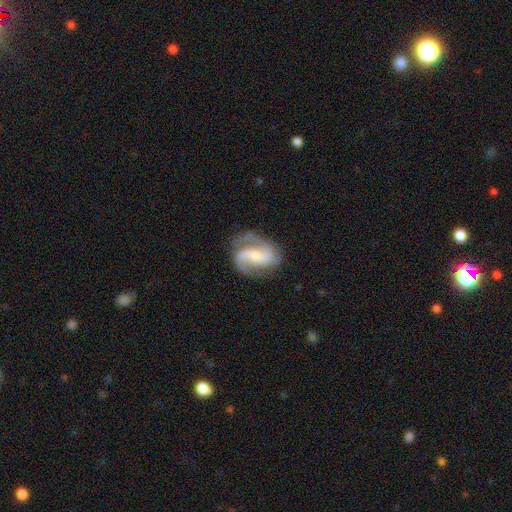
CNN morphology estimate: A featured or disk galaxy (88%) with a weak bar (41%), 2 (67%) medium (54%) spiral arms (97%) and a small central bulge (47%).

Vote fractions:
- Smooth or featured? featured or disk: 88% / smooth: 8% / star or artifact: 5%
- Edge-on disk? no: 98% / yes: 2%
- Bar? weak: 41% / no: 35% / strong: 24%
- Spiral arms? yes: 97% / no: 3%
- Spiral winding? medium: 54% / tight: 26% / loose: 20%
- Spiral arm count? 2: 67% / 3: 20% / can't tell: 5% / 1: 3% / 4: 2% / more than 4: 2%
- Bulge size? small: 47% / moderate: 42% / large: 5% / none: 4% / dominant: 1%
- Merging? none: 74% / minor disturbance: 16% / major disturbance: 8% / merger: 1%